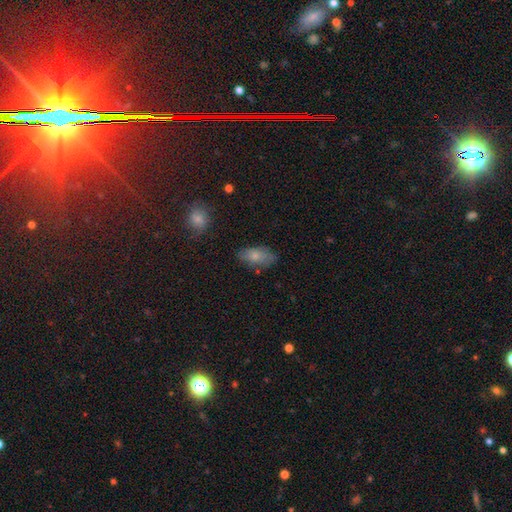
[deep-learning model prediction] Overall: smooth (76%). How rounded: in between (91%). Merging: none (75%).